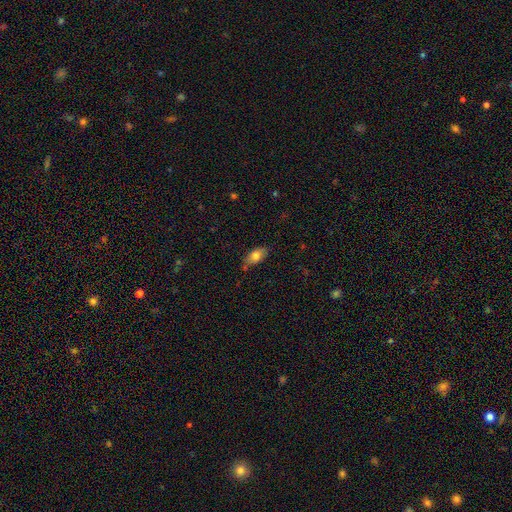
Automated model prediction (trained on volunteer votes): Smooth or featured? smooth (80%)
How rounded? in between (89%)
Merging? none (73%)